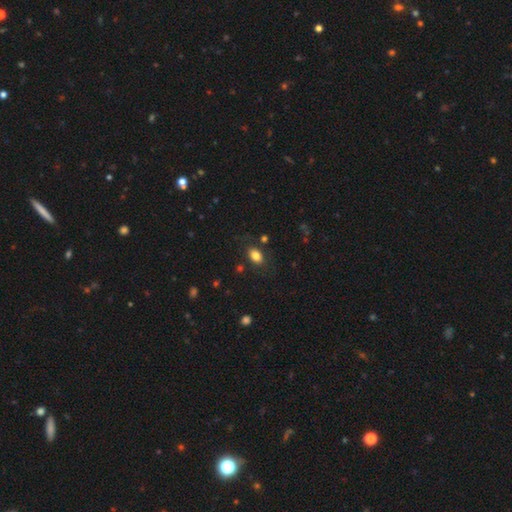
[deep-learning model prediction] Morphology: type=smooth (82%); roundness=in between (82%); merging=none (80%).